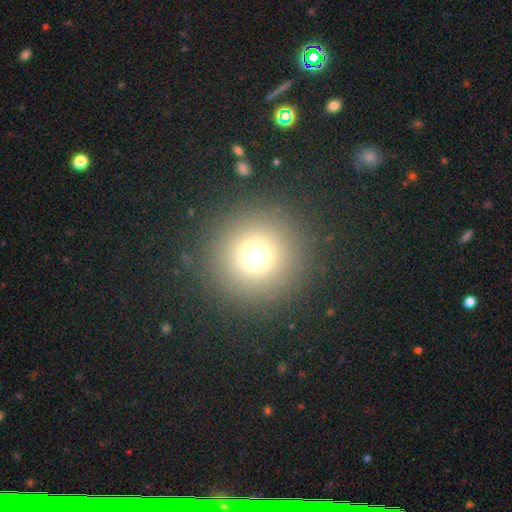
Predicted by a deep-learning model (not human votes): Smooth or featured?
  - smooth: 71% *
  - star or artifact: 21%
  - featured or disk: 8%
How rounded?
  - round: 96% *
  - in between: 3%
  - cigar-shaped: 1%
Merging?
  - none: 90% *
  - minor disturbance: 5%
  - major disturbance: 4%
  - merger: 2%